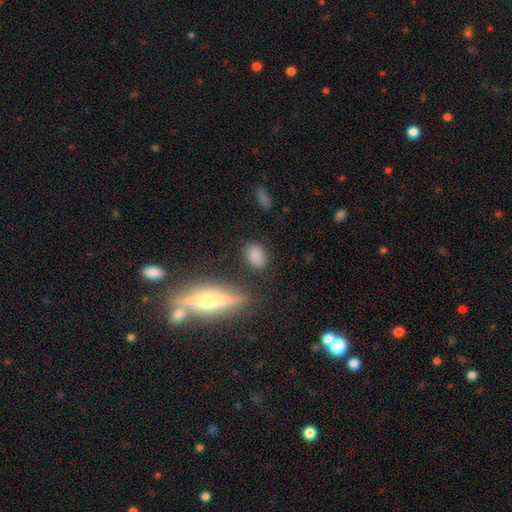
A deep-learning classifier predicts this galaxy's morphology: The model was most divided on "how rounded": in between: 78%, round: 18%, cigar-shaped: 4%. More confident: smooth or featured — smooth (80%); merging — none (77%).